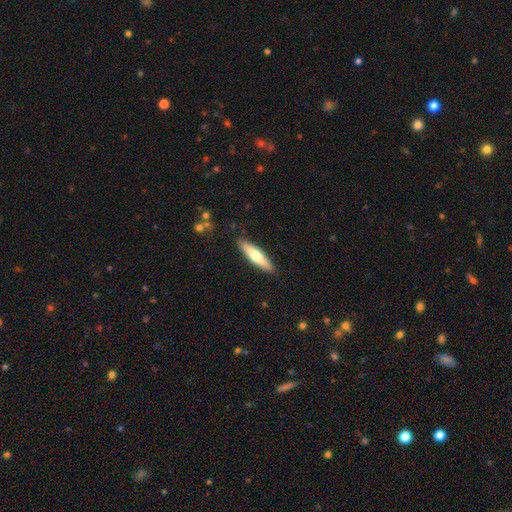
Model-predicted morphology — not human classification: This is possibly a smooth galaxy (59%). How rounded: likely cigar-shaped (79%). Merging: clearly none (89%).